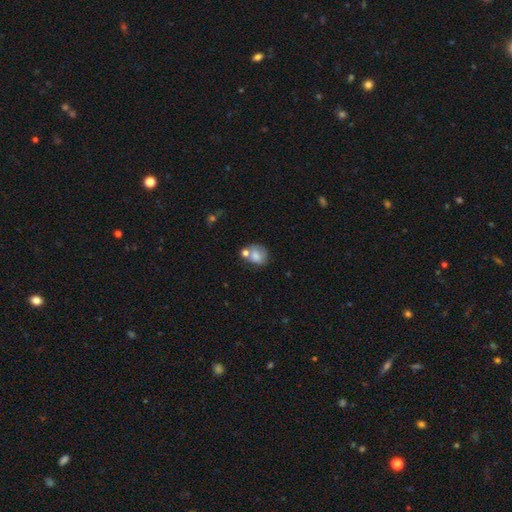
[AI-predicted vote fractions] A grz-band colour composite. It shows a smooth galaxy with no disk features (75%) that is round (60%). Merging: none (43%).